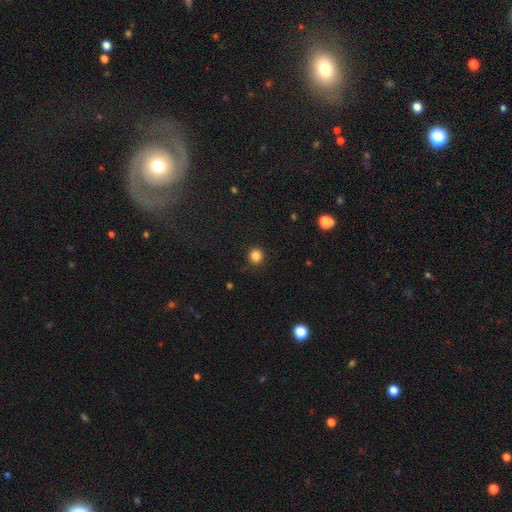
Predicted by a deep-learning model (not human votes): Q: Smooth or featured?
A: smooth (84%); runner-up: star or artifact (12%)
Q: How rounded?
A: round (94%); runner-up: in between (5%)
Q: Merging?
A: none (90%); runner-up: minor disturbance (7%)